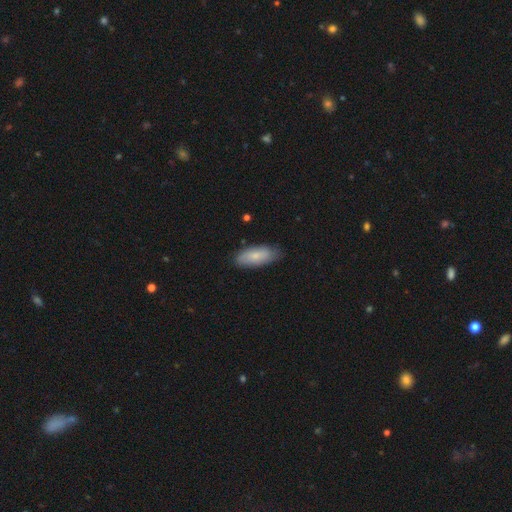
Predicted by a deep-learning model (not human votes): smooth_or_featured: smooth (p=0.75) [alt: featured or disk p=0.19]
how_rounded: in between (p=0.81) [alt: cigar-shaped p=0.17]
merging: none (p=0.78) [alt: minor disturbance p=0.18]